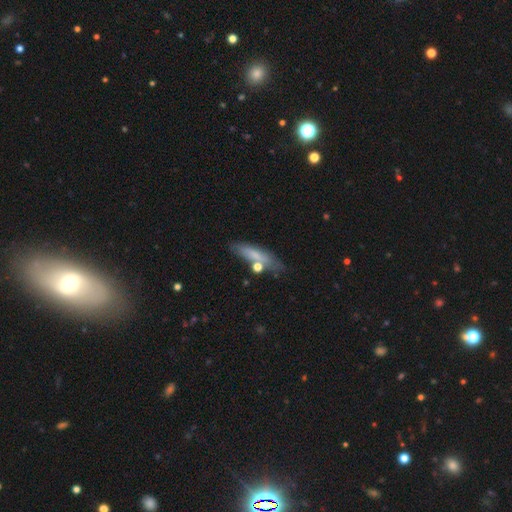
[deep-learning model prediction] This is likely a smooth galaxy (66%). How rounded: likely cigar-shaped (66%). Merging: likely none (71%).